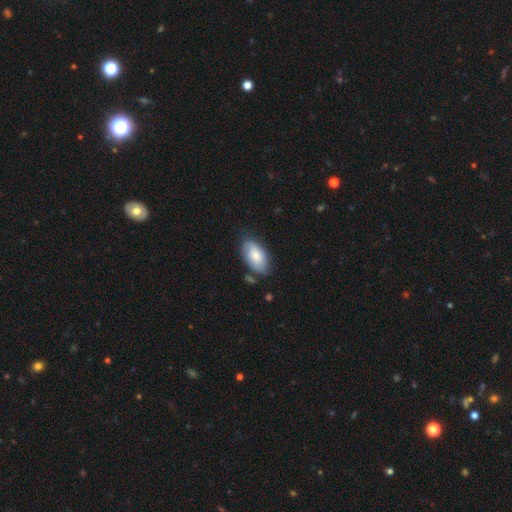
Overall: smooth (79%). How rounded: in between (100%). Merging: none (72%).